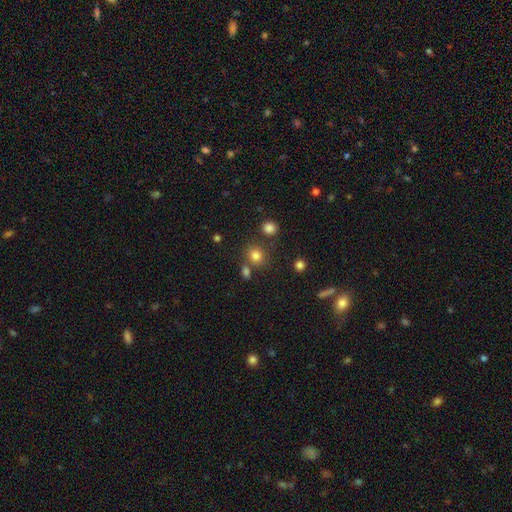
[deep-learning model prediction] Q: Smooth or featured?
A: smooth (79%); runner-up: star or artifact (15%)
Q: How rounded?
A: round (78%); runner-up: in between (21%)
Q: Merging?
A: none (72%); runner-up: merger (14%)